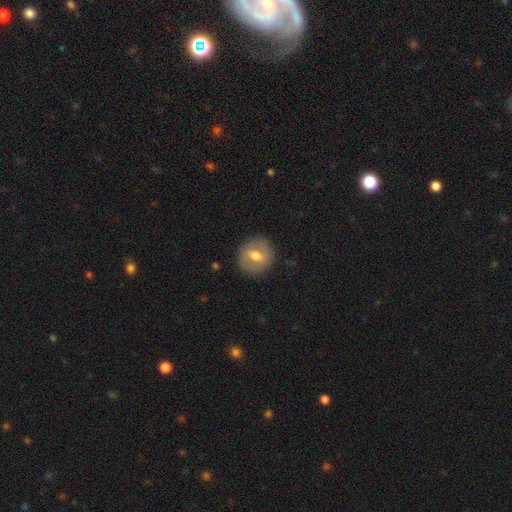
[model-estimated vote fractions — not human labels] Q: Smooth or featured?
A: smooth (48%); runner-up: featured or disk (45%)
Q: Merging?
A: none (85%); runner-up: minor disturbance (10%)